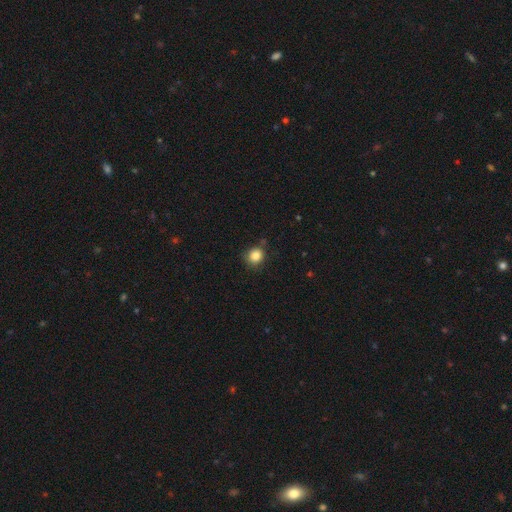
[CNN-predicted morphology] type=smooth (84%); roundness=round (83%); merging=none (80%).